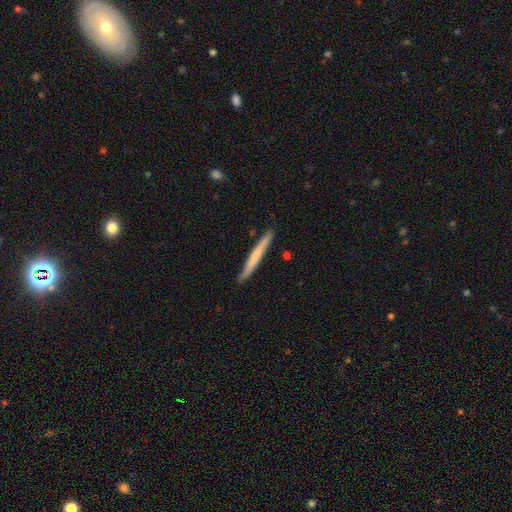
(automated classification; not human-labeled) Smooth or featured? smooth (57%)
How rounded? cigar-shaped (97%)
Merging? none (89%)